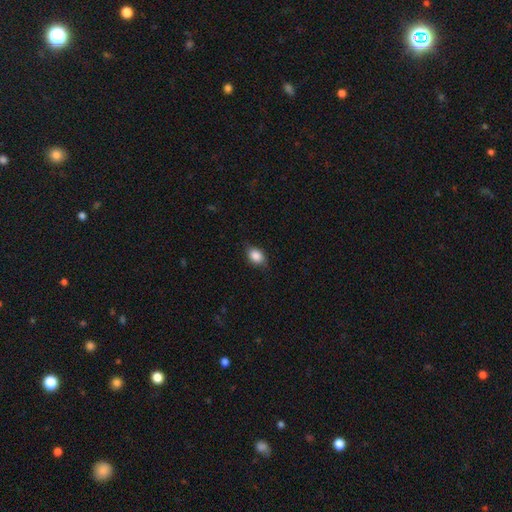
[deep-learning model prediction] Smooth or featured: smooth — 86% (star or artifact — 8%)
How rounded: in between — 76% (round — 23%)
Merging: none — 78% (minor disturbance — 18%)